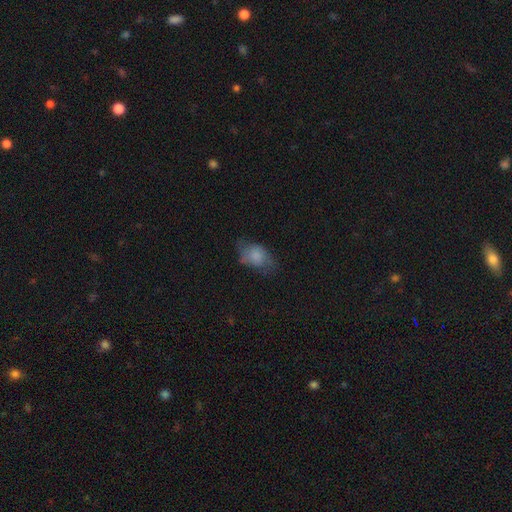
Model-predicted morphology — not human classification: This appears to be a smooth galaxy with no disk features (70%) that is in between round and cigar-shaped (75%). Merging: none (45%).